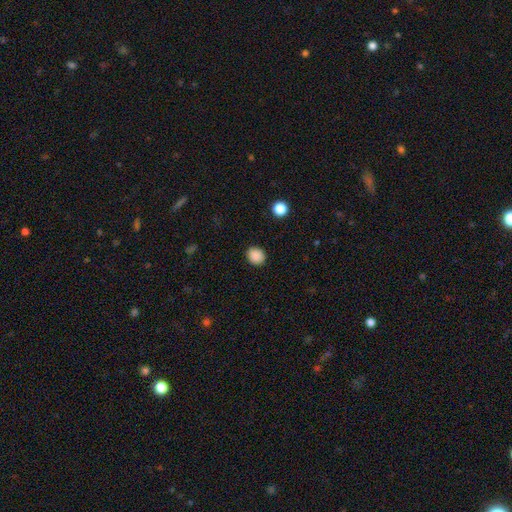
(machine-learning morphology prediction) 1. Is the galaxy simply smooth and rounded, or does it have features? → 88% smooth, 10% star or artifact, 2% featured or disk.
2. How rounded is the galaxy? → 73% round, 26% in between, 1% cigar-shaped.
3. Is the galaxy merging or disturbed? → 90% none, 7% minor disturbance, 2% major disturbance, 1% merger.